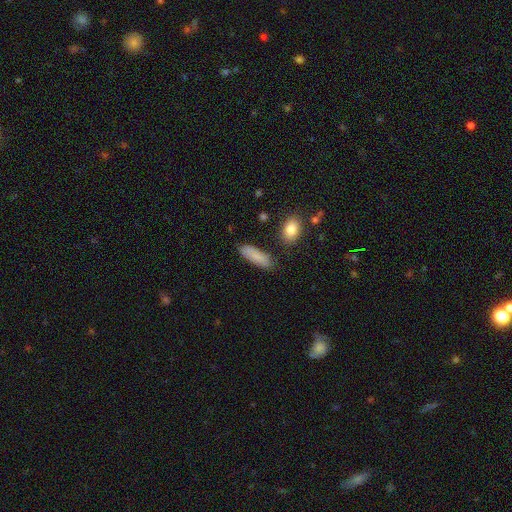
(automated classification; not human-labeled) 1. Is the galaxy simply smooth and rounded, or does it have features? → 85% smooth, 8% featured or disk, 7% star or artifact.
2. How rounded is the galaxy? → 50% cigar-shaped, 48% in between, 2% round.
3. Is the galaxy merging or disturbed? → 80% none, 14% minor disturbance, 3% merger, 3% major disturbance.